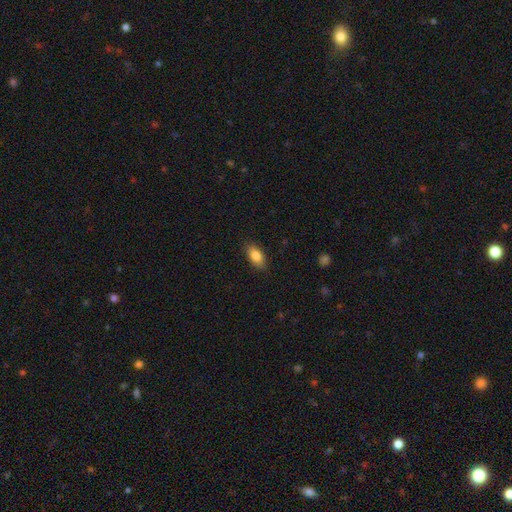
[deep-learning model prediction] smooth-or-featured: smooth: 84% | featured or disk: 9% | star or artifact: 7%
  how-rounded: in between: 90% | cigar-shaped: 5% | round: 5%
  merging: none: 86% | minor disturbance: 11% | major disturbance: 2% | merger: 1%